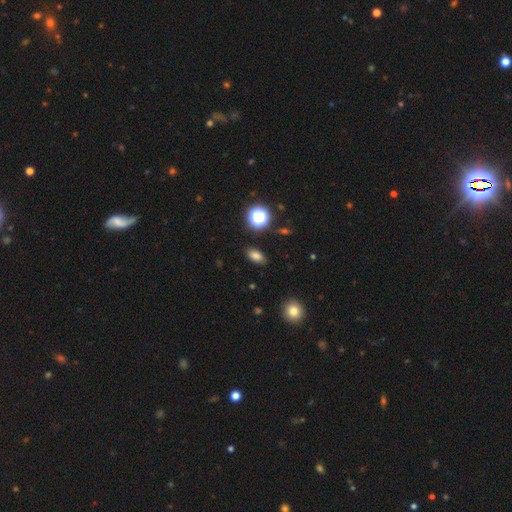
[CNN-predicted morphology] This appears to be a smooth galaxy with no disk features (79%) that is in between round and cigar-shaped (86%). Merging: none (88%).